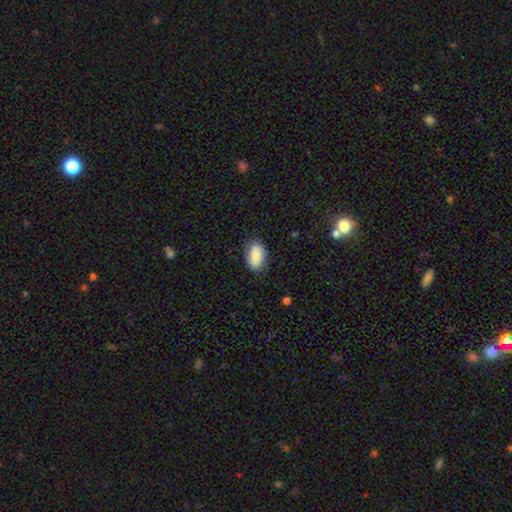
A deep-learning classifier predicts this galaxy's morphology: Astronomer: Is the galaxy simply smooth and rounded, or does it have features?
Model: smooth — 86%.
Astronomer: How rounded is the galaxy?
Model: in between — 92%.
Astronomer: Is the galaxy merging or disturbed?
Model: none — 80%.